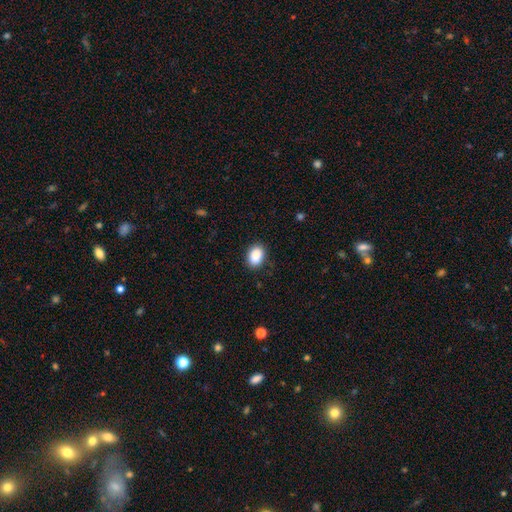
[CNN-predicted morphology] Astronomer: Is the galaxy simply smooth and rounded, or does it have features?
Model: smooth — 89%.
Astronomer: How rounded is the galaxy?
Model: in between — 82%.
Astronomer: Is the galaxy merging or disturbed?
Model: none — 86%.